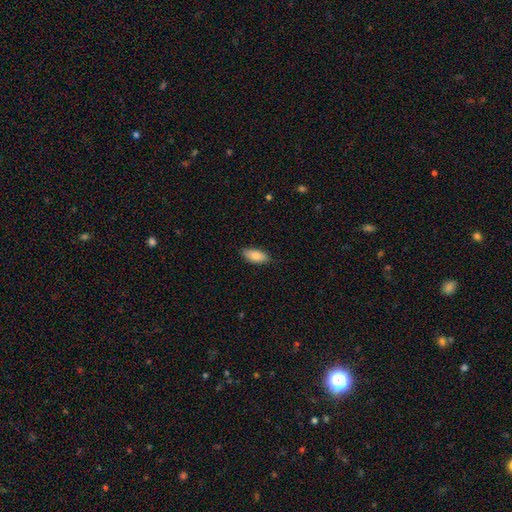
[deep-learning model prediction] smooth-or-featured: smooth: 85% | featured or disk: 9% | star or artifact: 6%
  how-rounded: in between: 88% | cigar-shaped: 10% | round: 2%
  merging: none: 85% | minor disturbance: 12% | major disturbance: 2% | merger: 1%